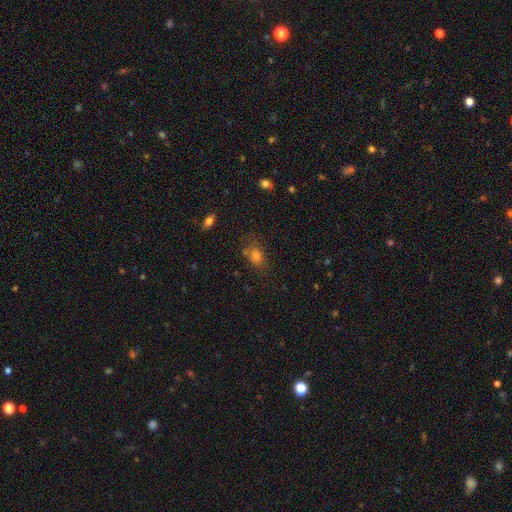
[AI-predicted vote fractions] smooth_or_featured: smooth (p=0.73) [alt: star or artifact p=0.18]
how_rounded: in between (p=0.62) [alt: round p=0.35]
merging: none (p=0.69) [alt: minor disturbance p=0.17]